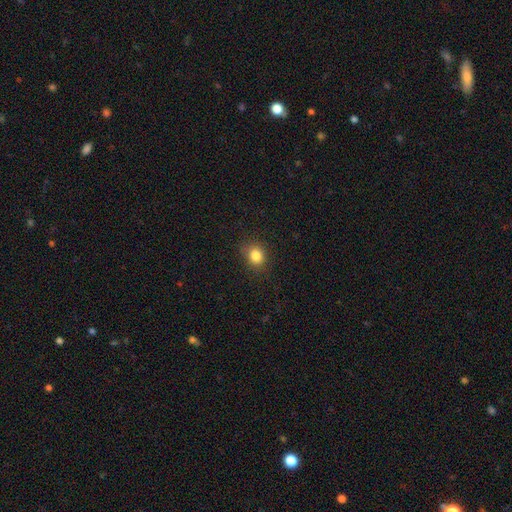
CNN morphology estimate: Q: Smooth or featured?
A: smooth (84%); runner-up: star or artifact (11%)
Q: How rounded?
A: round (69%); runner-up: in between (30%)
Q: Merging?
A: none (84%); runner-up: minor disturbance (12%)